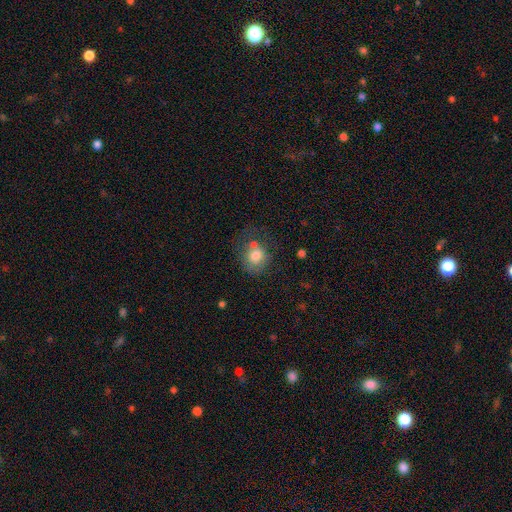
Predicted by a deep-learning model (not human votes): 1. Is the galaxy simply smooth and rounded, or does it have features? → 77% smooth, 14% featured or disk, 9% star or artifact.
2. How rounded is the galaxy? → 76% round, 23% in between, 1% cigar-shaped.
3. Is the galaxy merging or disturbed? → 47% none, 21% minor disturbance, 19% merger, 13% major disturbance.